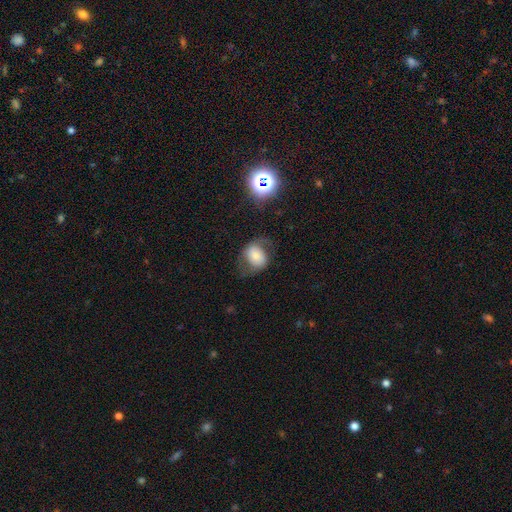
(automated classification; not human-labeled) The model was most divided on "smooth or featured": smooth: 47%, featured or disk: 41%, star or artifact: 12%. More confident: merging — none (54%).